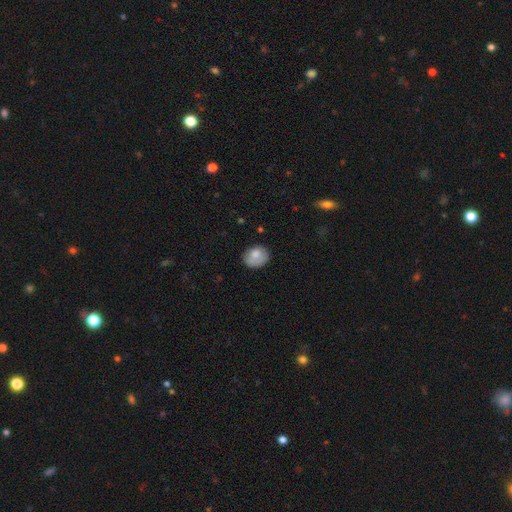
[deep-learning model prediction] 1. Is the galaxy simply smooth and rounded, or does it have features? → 78% smooth, 14% featured or disk, 8% star or artifact.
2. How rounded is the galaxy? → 57% round, 42% in between, 1% cigar-shaped.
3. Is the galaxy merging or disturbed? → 64% none, 25% minor disturbance, 8% major disturbance, 3% merger.